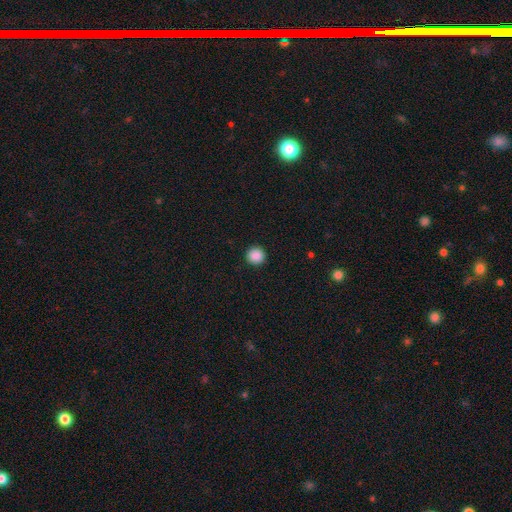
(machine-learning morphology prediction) Overall: smooth (88%). How rounded: round (95%). Merging: none (93%).